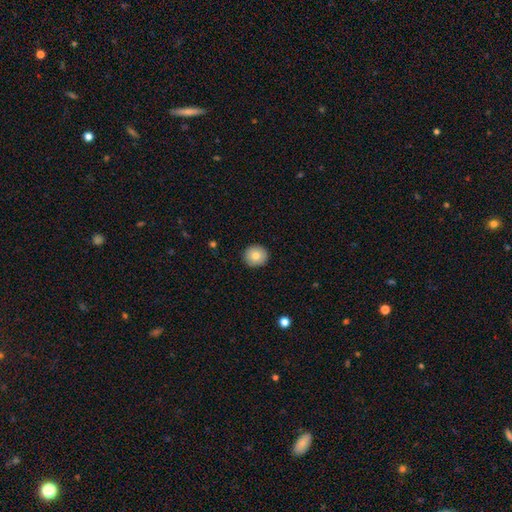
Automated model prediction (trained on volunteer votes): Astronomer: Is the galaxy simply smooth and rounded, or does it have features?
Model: smooth — 79%.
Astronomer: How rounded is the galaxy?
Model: round — 92%.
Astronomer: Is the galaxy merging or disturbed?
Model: none — 92%.